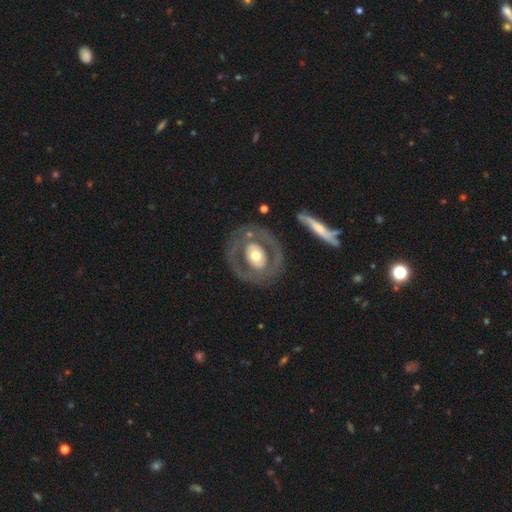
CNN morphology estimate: The model was most divided on "smooth or featured": featured or disk: 65%, smooth: 30%, star or artifact: 5%. More confident: edge-on disk — no (94%); merging — none (76%); spiral arms — no (72%); bar — no (71%); bulge size — moderate (64%).